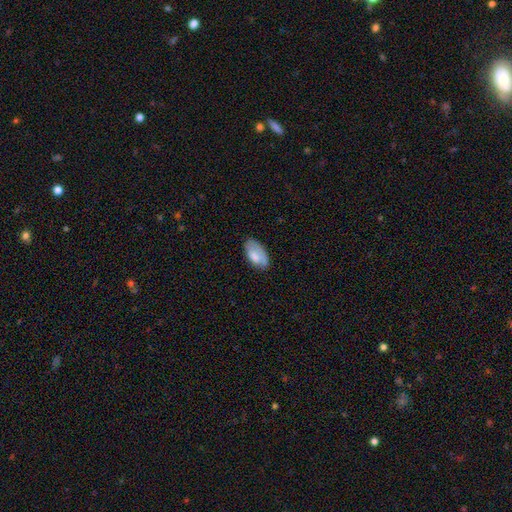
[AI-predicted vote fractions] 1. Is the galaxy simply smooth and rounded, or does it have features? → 72% smooth, 21% featured or disk, 7% star or artifact.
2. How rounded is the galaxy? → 94% in between, 3% round, 3% cigar-shaped.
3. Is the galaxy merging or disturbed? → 61% none, 28% minor disturbance, 9% major disturbance, 2% merger.